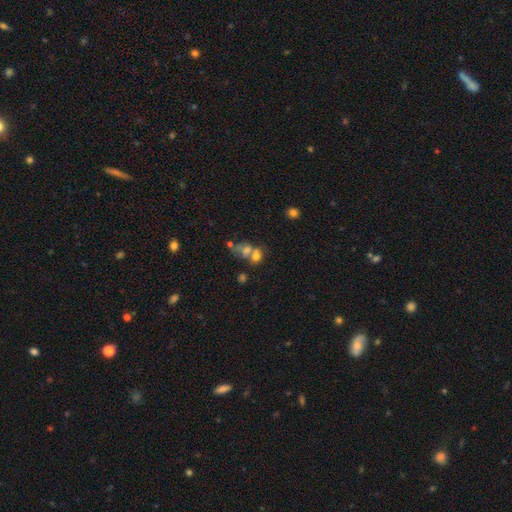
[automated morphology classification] Q: Smooth or featured?
A: smooth (62%); runner-up: featured or disk (23%)
Q: How rounded?
A: in between (58%); runner-up: round (40%)
Q: Merging?
A: merger (60%); runner-up: none (24%)